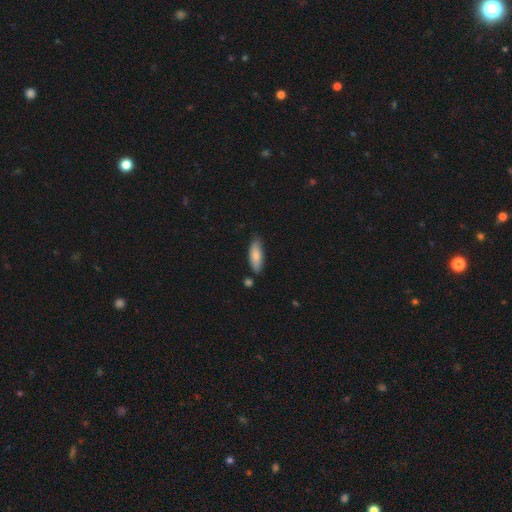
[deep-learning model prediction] A smooth galaxy with no disk features (81%) that is in between round and cigar-shaped (63%). Merging: none (78%).